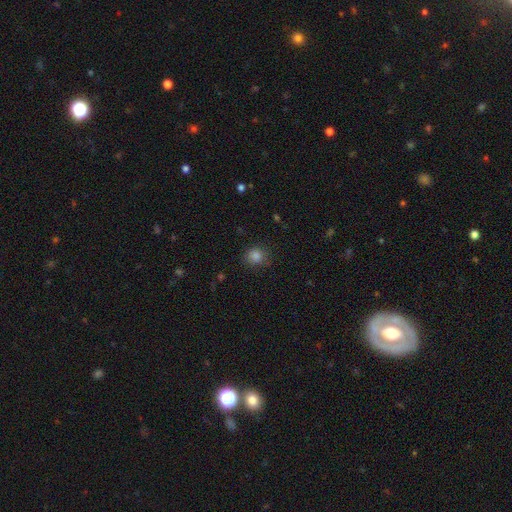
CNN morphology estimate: Q: Smooth or featured?
A: smooth (84%); runner-up: star or artifact (12%)
Q: How rounded?
A: round (83%); runner-up: in between (17%)
Q: Merging?
A: none (83%); runner-up: minor disturbance (12%)